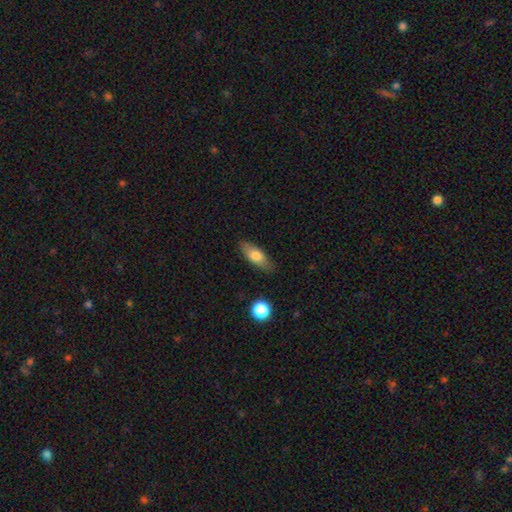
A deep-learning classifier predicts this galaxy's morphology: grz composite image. It shows a smooth galaxy with no disk features (72%) that is in between round and cigar-shaped (73%). Merging: none (82%).